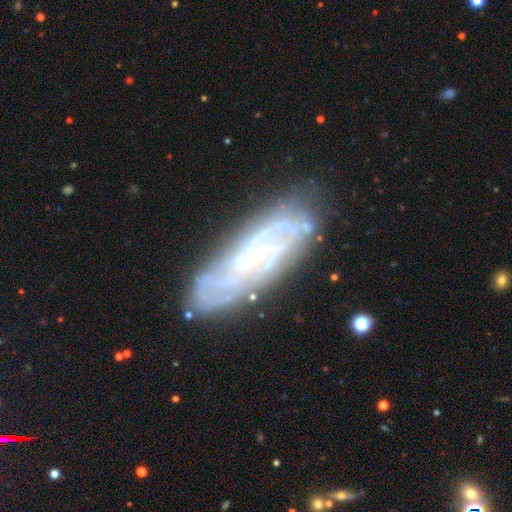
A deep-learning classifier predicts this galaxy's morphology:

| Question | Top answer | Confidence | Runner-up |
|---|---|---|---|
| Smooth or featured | featured or disk | 75% | smooth (17%) |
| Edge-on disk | no | 82% | yes (18%) |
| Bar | no | 56% | weak (31%) |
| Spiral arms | yes | 87% | no (13%) |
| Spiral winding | tight | 66% | medium (26%) |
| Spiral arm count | can't tell | 51% | 2 (18%) |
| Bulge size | small | 63% | none (22%) |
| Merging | none | 76% | minor disturbance (16%) |